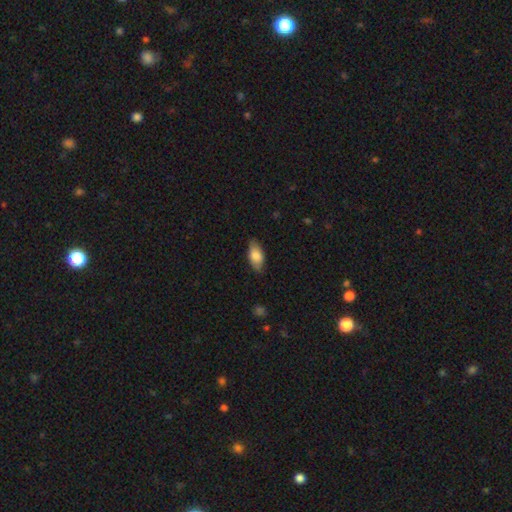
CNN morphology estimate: Smooth or featured? Predicted: smooth (p=0.79). How rounded? Predicted: in between (p=0.88). Merging? Predicted: none (p=0.82).